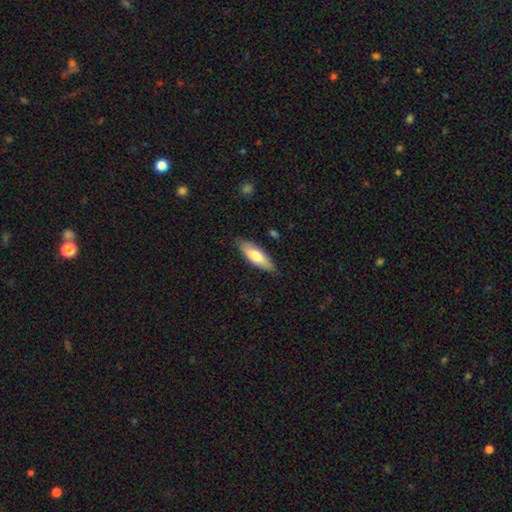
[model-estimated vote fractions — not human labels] smooth 70%, featured or disk 24%, star or artifact 5%. Down the decision tree: how rounded — in between (59%); merging — none (83%).